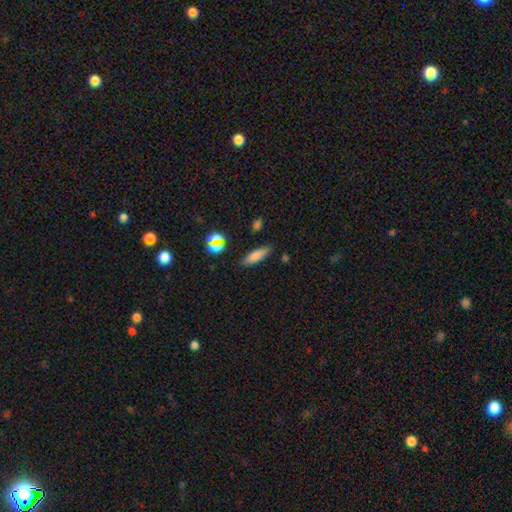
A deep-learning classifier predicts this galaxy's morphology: Q: Smooth or featured?
A: smooth (77%); runner-up: featured or disk (12%)
Q: How rounded?
A: cigar-shaped (54%); runner-up: in between (43%)
Q: Merging?
A: none (83%); runner-up: minor disturbance (10%)